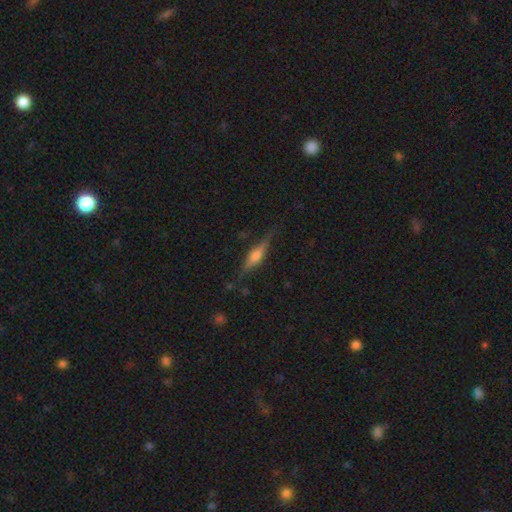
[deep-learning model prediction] Smooth or featured? Predicted: featured or disk (p=0.60). Edge-on disk? Predicted: yes (p=0.95). Edge-on bulge? Predicted: rounded (p=0.79). Merging? Predicted: none (p=0.79).